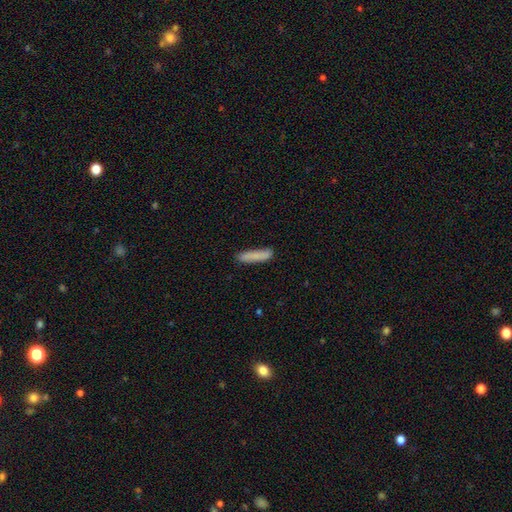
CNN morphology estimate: smooth_or_featured: smooth (p=0.83) [alt: featured or disk p=0.10]
how_rounded: cigar-shaped (p=0.88) [alt: in between p=0.11]
merging: none (p=0.84) [alt: minor disturbance p=0.12]